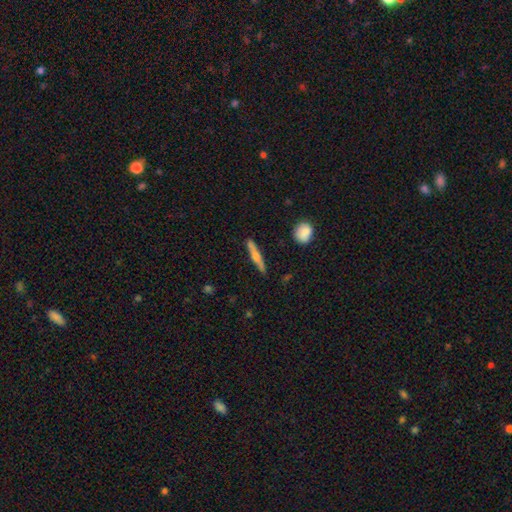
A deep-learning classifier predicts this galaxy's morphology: This appears to be a featured or disk galaxy (48%). Merging: none (87%).